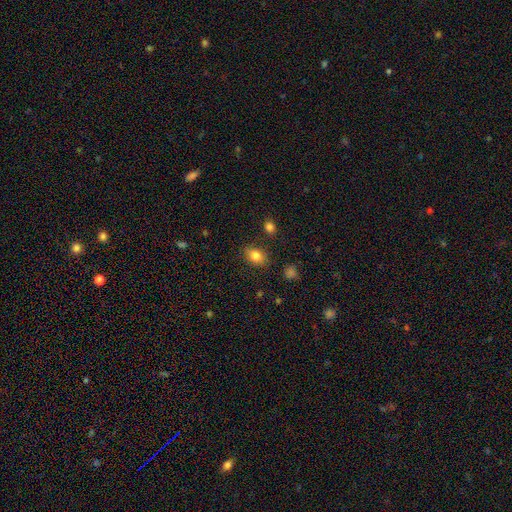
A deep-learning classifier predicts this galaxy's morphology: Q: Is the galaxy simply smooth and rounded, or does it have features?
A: smooth — 82%.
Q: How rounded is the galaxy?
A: in between — 76%.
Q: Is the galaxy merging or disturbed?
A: none — 84%.